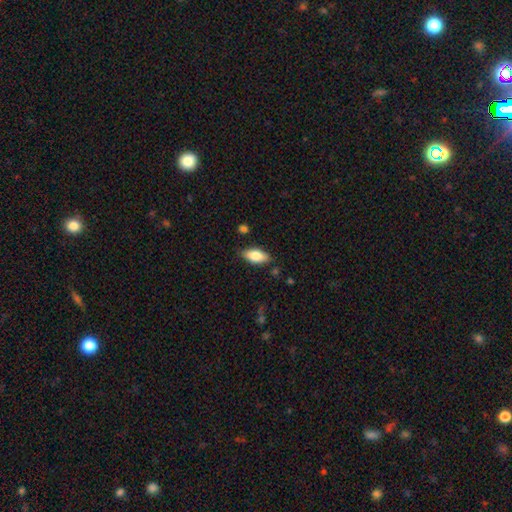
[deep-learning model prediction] Q: Smooth or featured?
A: smooth (81%); runner-up: featured or disk (13%)
Q: How rounded?
A: in between (86%); runner-up: cigar-shaped (12%)
Q: Merging?
A: none (84%); runner-up: minor disturbance (12%)